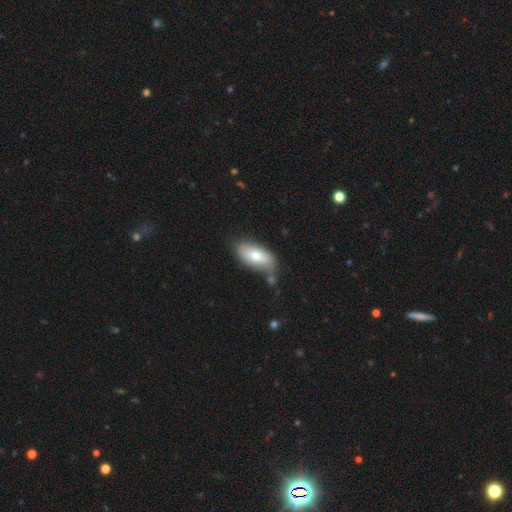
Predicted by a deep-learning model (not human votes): Q: Smooth or featured?
A: smooth (70%); runner-up: featured or disk (24%)
Q: How rounded?
A: in between (91%); runner-up: cigar-shaped (7%)
Q: Merging?
A: none (64%); runner-up: minor disturbance (20%)